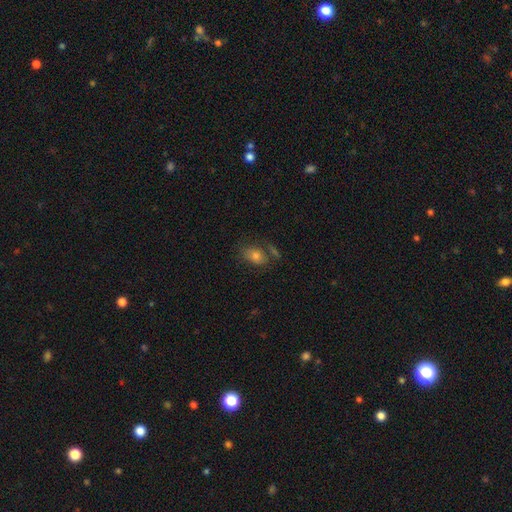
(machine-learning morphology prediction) smooth-or-featured: smooth: 68% | featured or disk: 18% | star or artifact: 14%
  how-rounded: in between: 81% | round: 16% | cigar-shaped: 2%
  merging: none: 61% | minor disturbance: 18% | merger: 13% | major disturbance: 9%